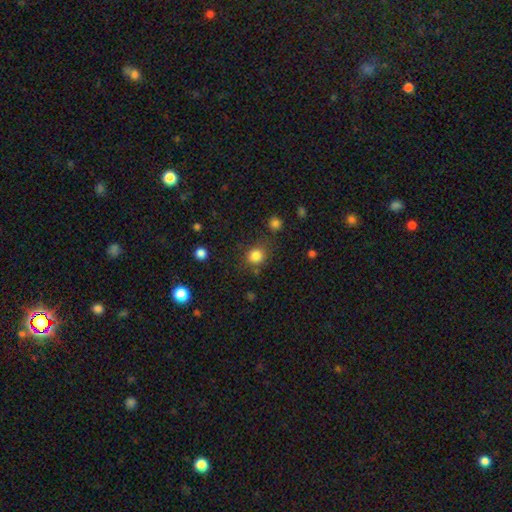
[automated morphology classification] A smooth galaxy with no disk features (83%) that is round (84%).

Vote fractions:
- Smooth or featured? smooth: 83% / star or artifact: 12% / featured or disk: 5%
- How rounded? round: 84% / in between: 15% / cigar-shaped: 1%
- Merging? none: 78% / minor disturbance: 12% / merger: 5% / major disturbance: 5%